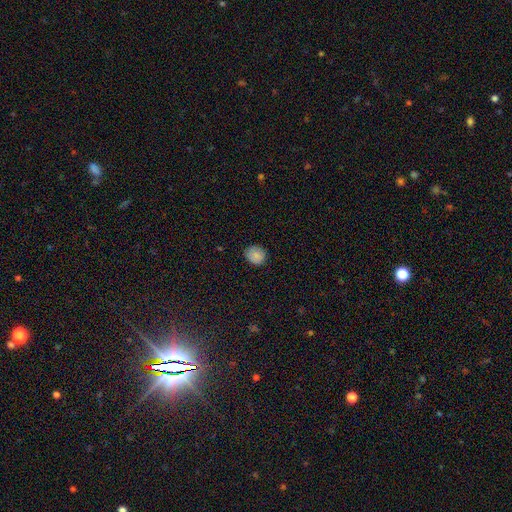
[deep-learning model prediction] This is clearly a smooth galaxy (85%). How rounded: likely round (77%). Merging: clearly none (81%).